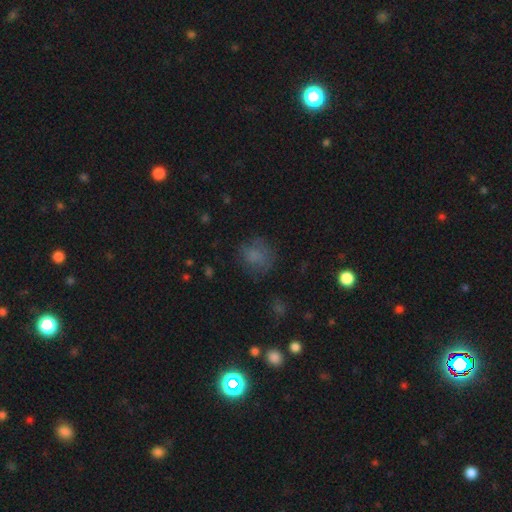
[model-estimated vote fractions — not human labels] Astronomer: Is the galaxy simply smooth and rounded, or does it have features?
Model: smooth — 72%.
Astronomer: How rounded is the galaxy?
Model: round — 75%.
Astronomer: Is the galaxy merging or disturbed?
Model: none — 65%.